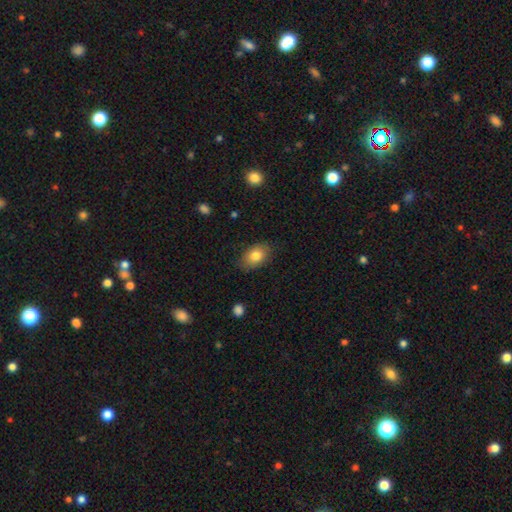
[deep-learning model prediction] The model was most divided on "merging": none: 81%, minor disturbance: 15%, major disturbance: 3%, merger: 1%. More confident: how rounded — in between (85%); smooth or featured — smooth (80%).